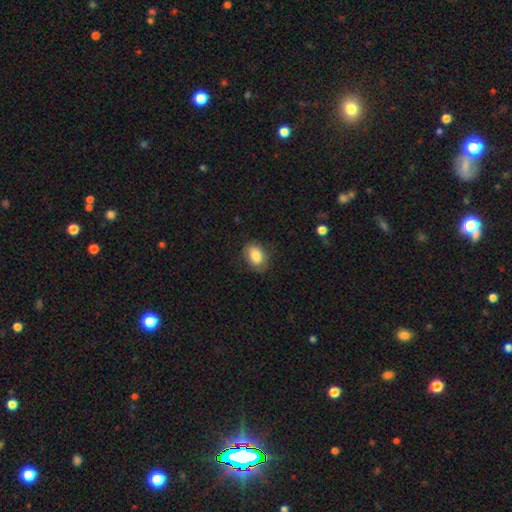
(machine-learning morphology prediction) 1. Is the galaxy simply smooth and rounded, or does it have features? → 84% smooth, 9% featured or disk, 8% star or artifact.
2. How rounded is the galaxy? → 80% in between, 19% round, 1% cigar-shaped.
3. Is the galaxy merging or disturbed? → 80% none, 15% minor disturbance, 4% major disturbance, 1% merger.